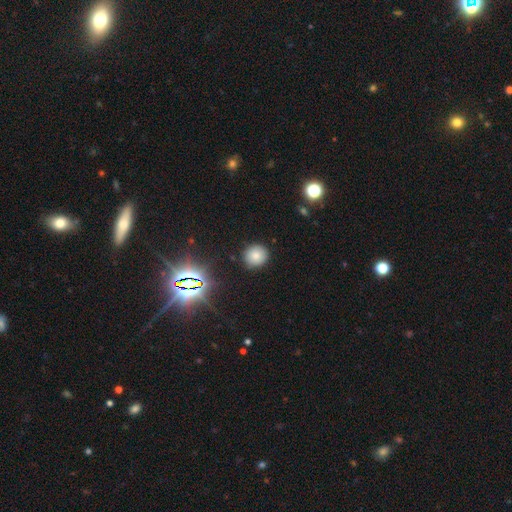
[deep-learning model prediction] A smooth galaxy with no disk features (78%) that is round (88%).

Vote fractions:
- Smooth or featured? smooth: 78% / star or artifact: 15% / featured or disk: 7%
- How rounded? round: 88% / in between: 11% / cigar-shaped: 1%
- Merging? none: 88% / minor disturbance: 8% / major disturbance: 2% / merger: 1%